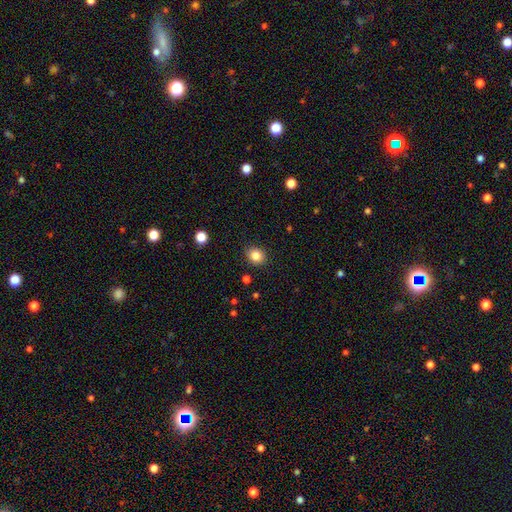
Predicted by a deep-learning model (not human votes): The model was most divided on "how rounded": round: 64%, in between: 35%, cigar-shaped: 1%. More confident: merging — none (87%); smooth or featured — smooth (84%).